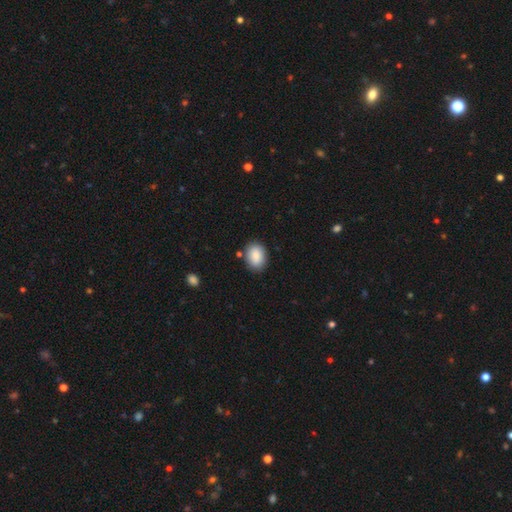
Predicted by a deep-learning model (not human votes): Smooth or featured? smooth (88%)
How rounded? in between (76%)
Merging? none (82%)